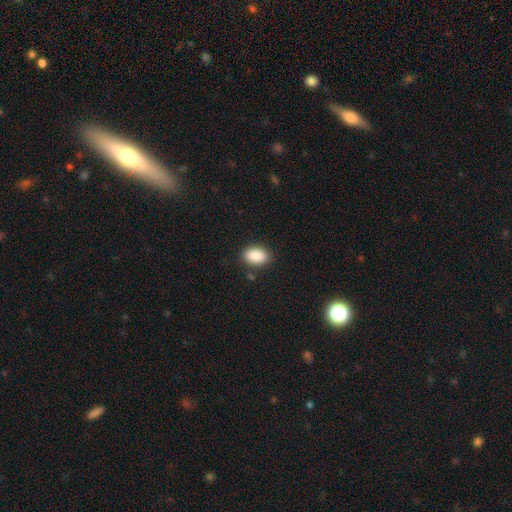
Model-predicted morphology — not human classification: This is clearly a smooth galaxy (89%). How rounded: clearly in between (91%). Merging: clearly none (87%).